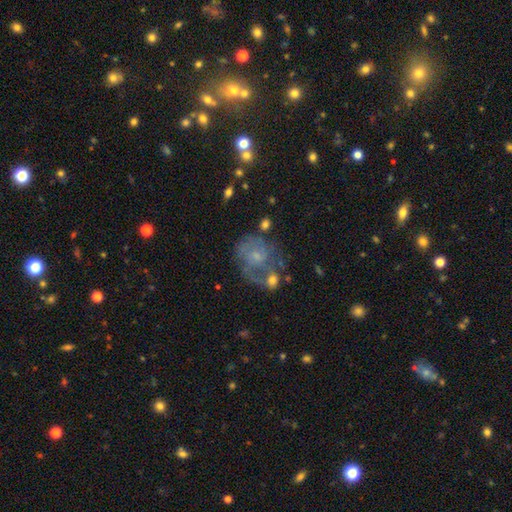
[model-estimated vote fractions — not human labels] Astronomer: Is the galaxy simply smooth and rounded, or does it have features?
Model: featured or disk — 59%.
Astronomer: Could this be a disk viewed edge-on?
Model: no — 98%.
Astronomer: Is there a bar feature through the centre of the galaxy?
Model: no — 75%.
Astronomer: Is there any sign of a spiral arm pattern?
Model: yes — 66%.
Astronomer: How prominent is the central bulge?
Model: small — 56%.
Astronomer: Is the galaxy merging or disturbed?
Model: none — 32% (runner-up: major disturbance, 27%).